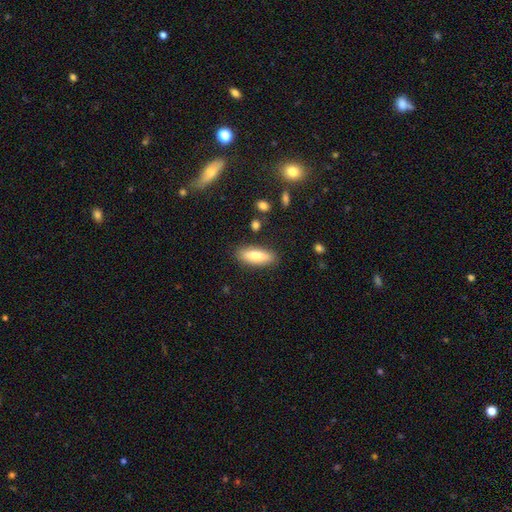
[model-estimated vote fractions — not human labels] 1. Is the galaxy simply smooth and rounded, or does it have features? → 75% smooth, 19% featured or disk, 6% star or artifact.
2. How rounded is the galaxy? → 62% in between, 36% cigar-shaped, 2% round.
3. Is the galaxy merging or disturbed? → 85% none, 10% minor disturbance, 2% major disturbance, 2% merger.